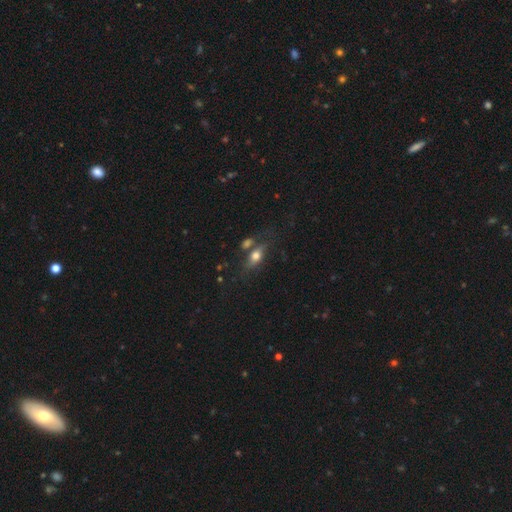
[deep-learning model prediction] A smooth galaxy with no disk features (60%) that is in between round and cigar-shaped (71%). Merging: none (54%).